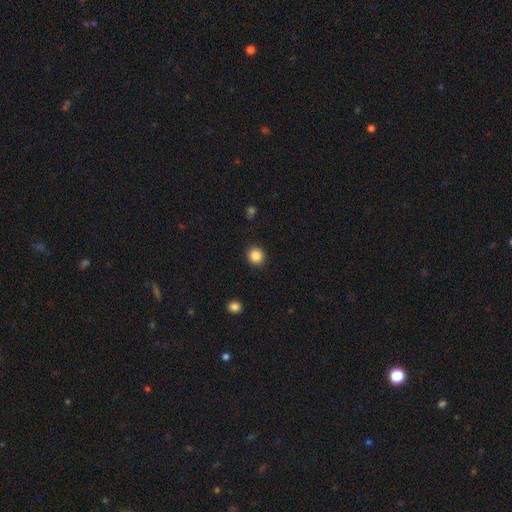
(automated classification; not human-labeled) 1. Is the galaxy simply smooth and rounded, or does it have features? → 86% smooth, 10% star or artifact, 4% featured or disk.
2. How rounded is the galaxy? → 85% round, 14% in between, 1% cigar-shaped.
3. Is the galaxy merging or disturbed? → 91% none, 6% minor disturbance, 2% major disturbance, 1% merger.